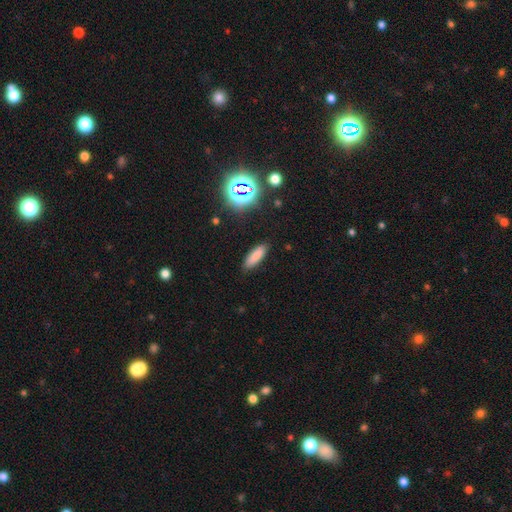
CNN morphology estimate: The model was most divided on "how rounded": in between: 52%, cigar-shaped: 46%, round: 2%. More confident: merging — none (88%); smooth or featured — smooth (81%).